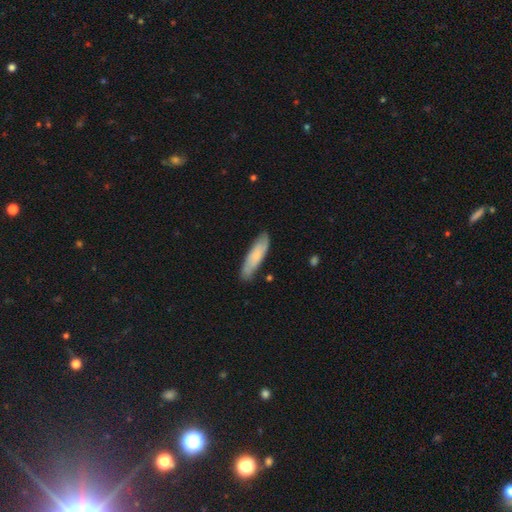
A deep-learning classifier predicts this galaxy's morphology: Smooth or featured? smooth (71%)
How rounded? cigar-shaped (71%)
Merging? none (82%)